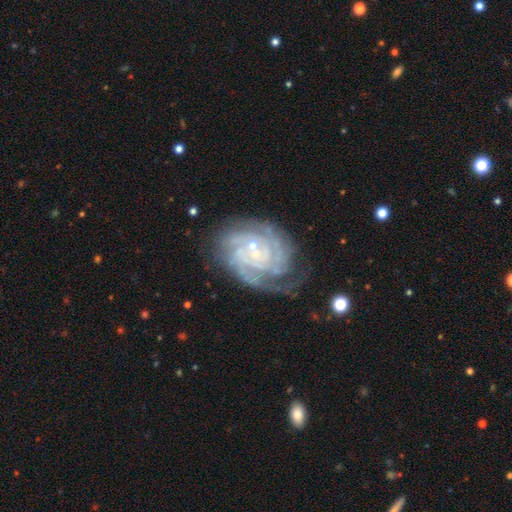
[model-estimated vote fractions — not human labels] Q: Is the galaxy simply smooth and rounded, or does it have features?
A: featured or disk — 88%.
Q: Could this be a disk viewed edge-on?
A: no — 97%.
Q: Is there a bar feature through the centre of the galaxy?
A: no — 68%.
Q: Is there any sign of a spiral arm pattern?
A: yes — 98%.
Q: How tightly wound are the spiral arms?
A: tight — 75%.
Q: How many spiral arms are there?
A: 4 — 25%.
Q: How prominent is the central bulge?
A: small — 81%.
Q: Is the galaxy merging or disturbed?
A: none — 65%.